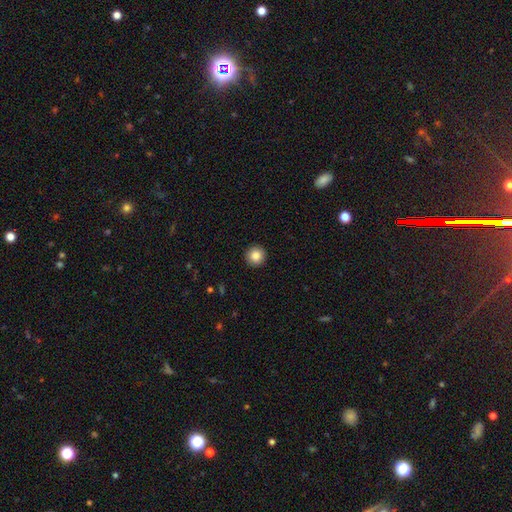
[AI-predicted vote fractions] Morphology: type=smooth (86%); roundness=round (96%); merging=none (93%).